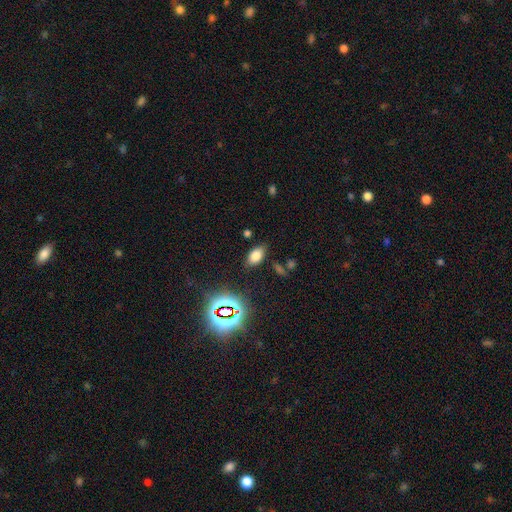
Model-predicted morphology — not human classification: The model was most divided on "smooth or featured": smooth: 72%, star or artifact: 18%, featured or disk: 11%. More confident: how rounded — in between (89%); merging — none (82%).